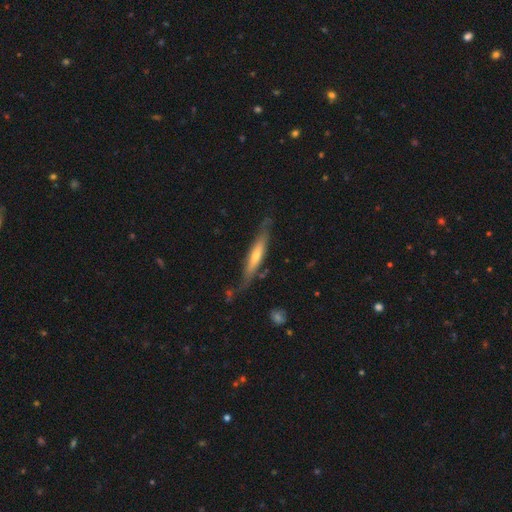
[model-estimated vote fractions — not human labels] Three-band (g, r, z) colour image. It shows a featured or disk galaxy (58%) viewed edge-on (84%). Merging: none (71%).